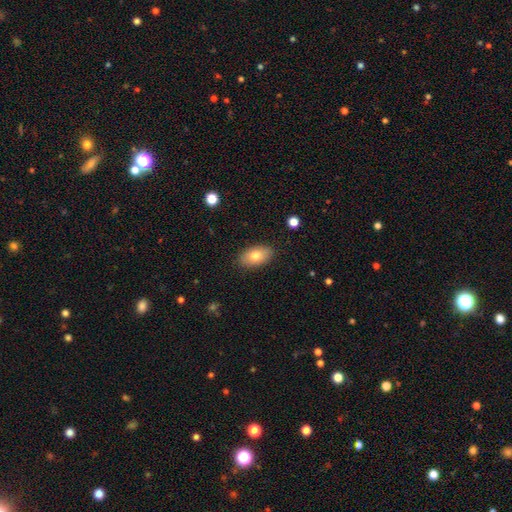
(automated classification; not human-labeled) Q: Smooth or featured?
A: smooth (78%); runner-up: featured or disk (15%)
Q: How rounded?
A: in between (93%); runner-up: round (5%)
Q: Merging?
A: none (87%); runner-up: minor disturbance (10%)